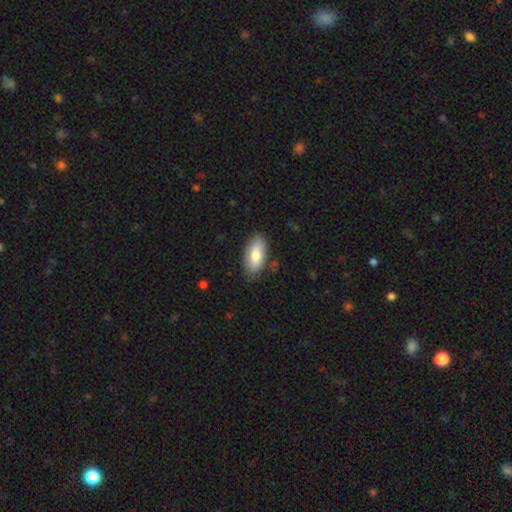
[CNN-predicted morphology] type=smooth (81%); roundness=in between (89%); merging=none (82%).